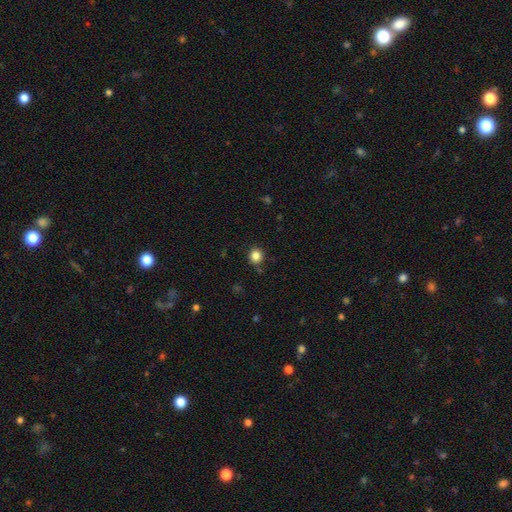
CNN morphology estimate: Overall: smooth (84%). How rounded: round (88%). Merging: none (87%).